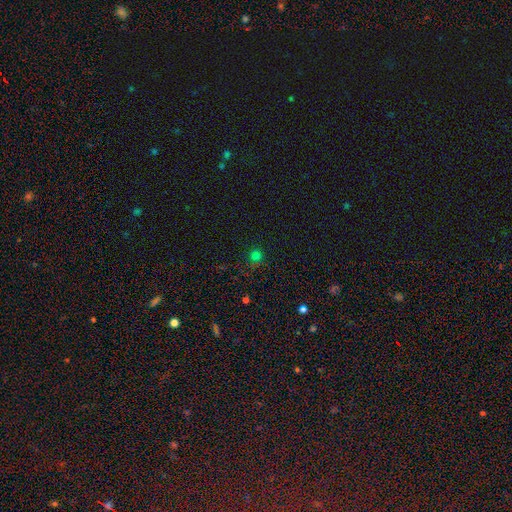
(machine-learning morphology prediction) Smooth or featured?
  - smooth: 67% *
  - star or artifact: 28%
  - featured or disk: 5%
How rounded?
  - round: 91% *
  - in between: 8%
  - cigar-shaped: 1%
Merging?
  - none: 77% *
  - minor disturbance: 14%
  - major disturbance: 6%
  - merger: 3%